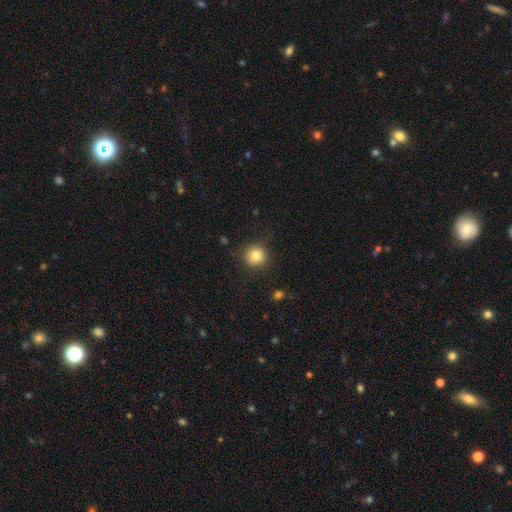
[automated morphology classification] smooth-or-featured: smooth: 81% | star or artifact: 11% | featured or disk: 8%
  how-rounded: round: 94% | in between: 5% | cigar-shaped: 1%
  merging: none: 86% | minor disturbance: 9% | major disturbance: 3% | merger: 1%